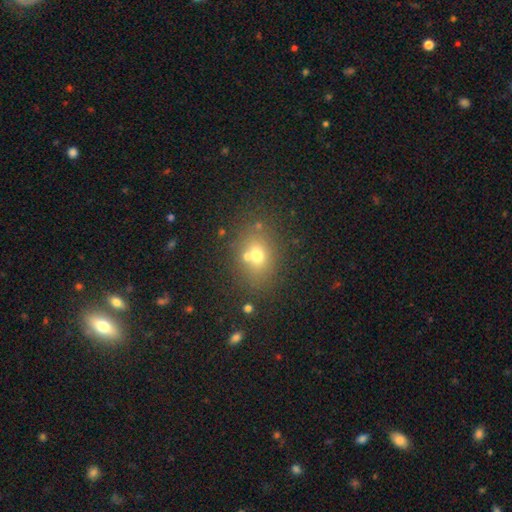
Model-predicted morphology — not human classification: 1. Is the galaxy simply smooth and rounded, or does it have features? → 66% smooth, 18% featured or disk, 17% star or artifact.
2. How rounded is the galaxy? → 53% in between, 46% round, 1% cigar-shaped.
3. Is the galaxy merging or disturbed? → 66% none, 18% merger, 11% minor disturbance, 5% major disturbance.